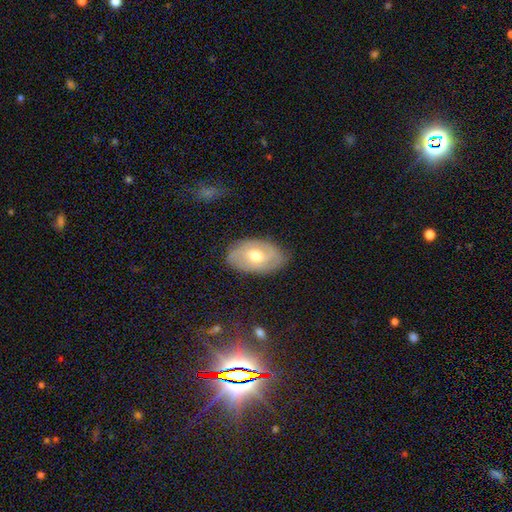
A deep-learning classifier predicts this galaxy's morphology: type=featured or disk (52%); edge-on=no (91%); merging=none (80%).